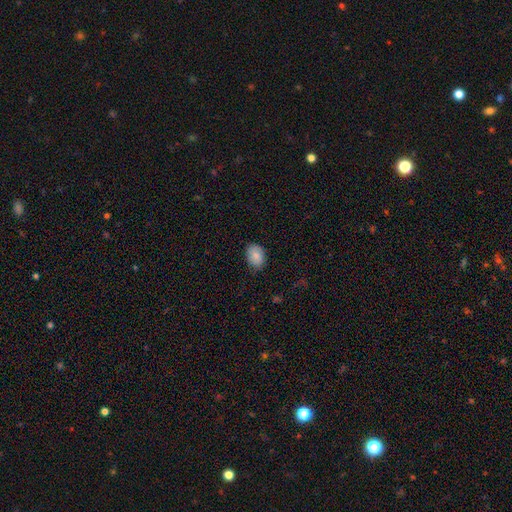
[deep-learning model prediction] smooth 84%, featured or disk 9%, star or artifact 7%. Down the decision tree: how rounded — in between (72%); merging — none (79%).